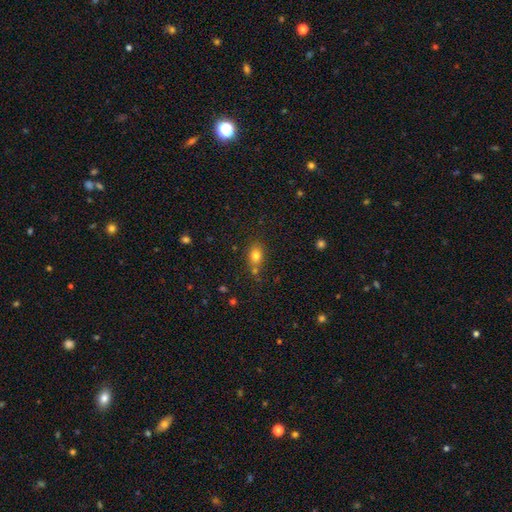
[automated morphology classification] Smooth or featured? smooth (79%)
How rounded? in between (59%)
Merging? none (63%)